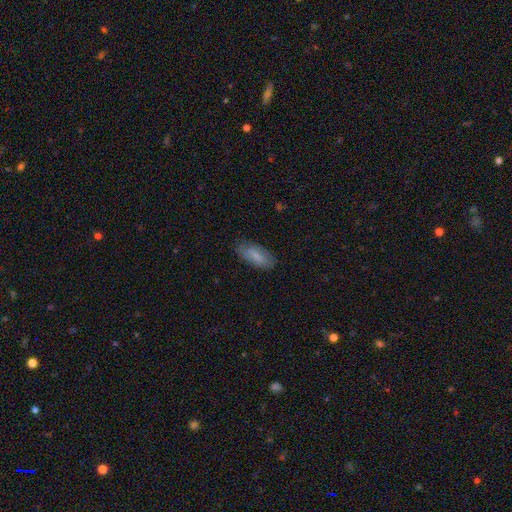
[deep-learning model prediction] Q: Smooth or featured?
A: smooth (76%); runner-up: featured or disk (18%)
Q: How rounded?
A: in between (83%); runner-up: cigar-shaped (15%)
Q: Merging?
A: none (78%); runner-up: minor disturbance (17%)